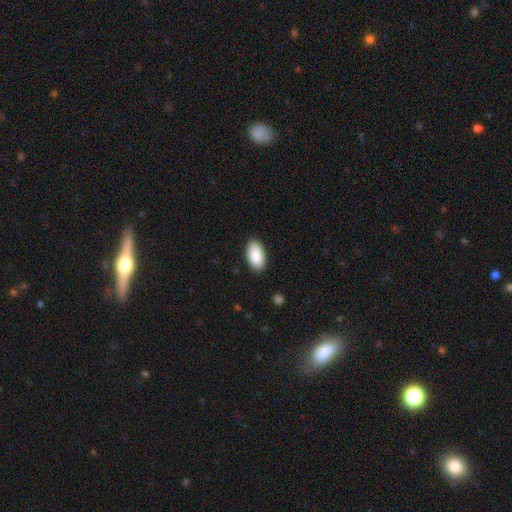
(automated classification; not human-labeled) smooth 89%, star or artifact 6%, featured or disk 5%. Down the decision tree: how rounded — in between (95%); merging — none (88%).